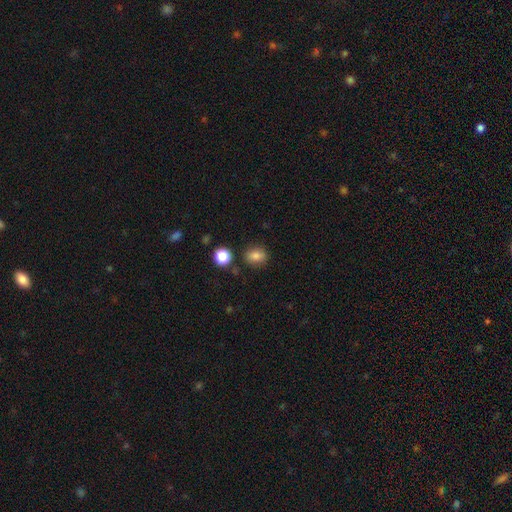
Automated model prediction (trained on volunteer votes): Overall: smooth (81%). How rounded: round (50%; in between 48%). Merging: none (83%).